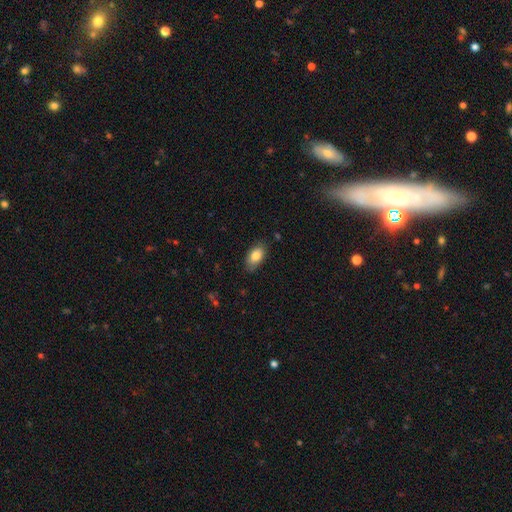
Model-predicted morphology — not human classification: A smooth galaxy with no disk features (82%) that is in between round and cigar-shaped (93%).

Vote fractions:
- Smooth or featured? smooth: 82% / featured or disk: 11% / star or artifact: 7%
- How rounded? in between: 93% / round: 5% / cigar-shaped: 2%
- Merging? none: 79% / minor disturbance: 17% / major disturbance: 3% / merger: 1%